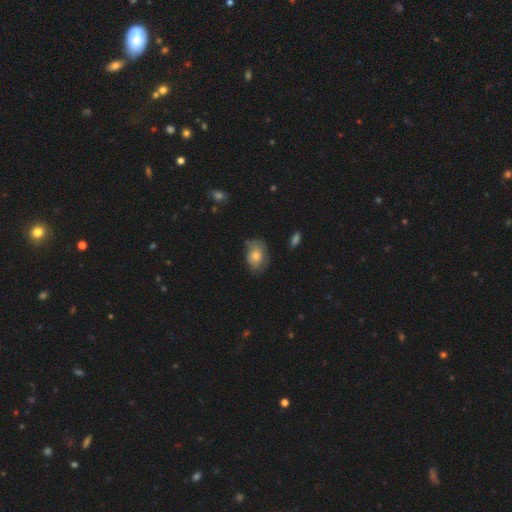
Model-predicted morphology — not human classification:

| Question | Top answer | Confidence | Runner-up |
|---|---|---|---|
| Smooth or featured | smooth | 68% | featured or disk (24%) |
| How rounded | in between | 75% | round (24%) |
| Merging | none | 52% | minor disturbance (34%) |